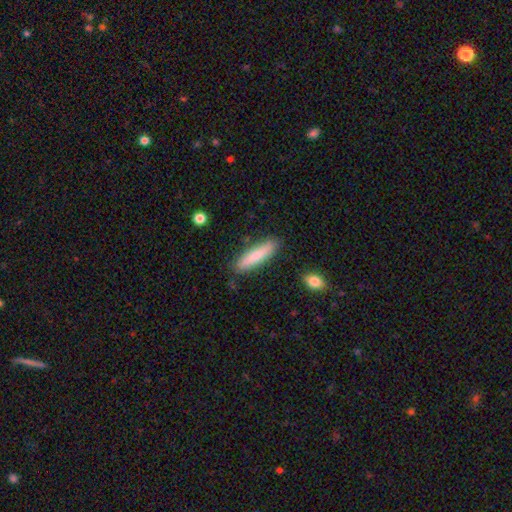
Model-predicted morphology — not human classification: This is likely a smooth galaxy (79%). How rounded: clearly cigar-shaped (81%). Merging: clearly none (86%).